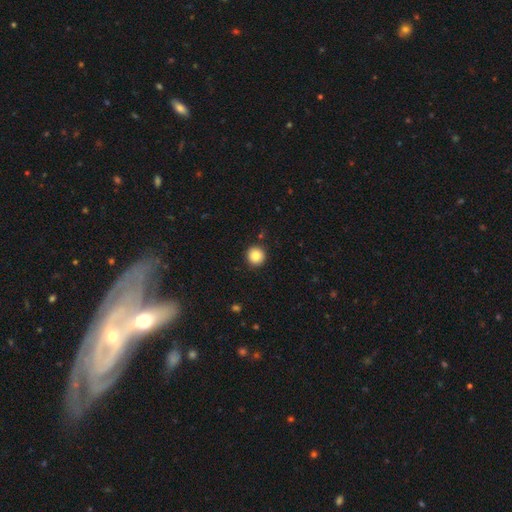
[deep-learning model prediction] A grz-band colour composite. It shows a smooth galaxy with no disk features (86%) that is round (95%). Merging: none (92%).